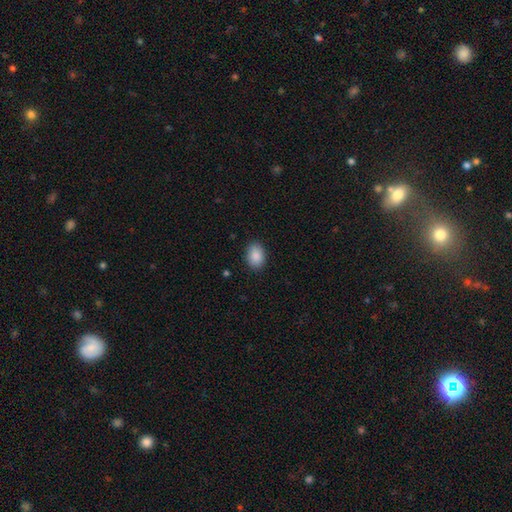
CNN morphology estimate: Smooth or featured: smooth — 89% (star or artifact — 7%)
How rounded: in between — 78% (round — 21%)
Merging: none — 88% (minor disturbance — 9%)